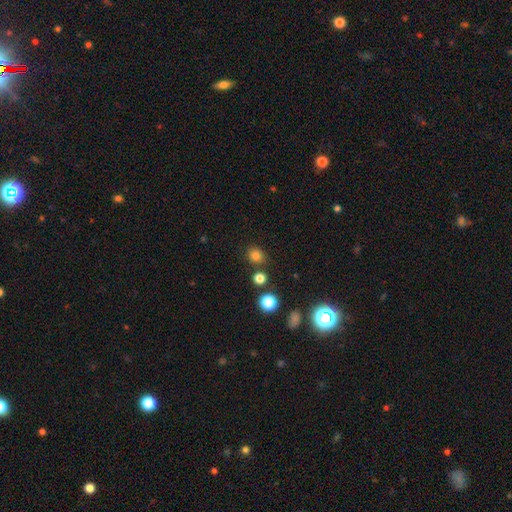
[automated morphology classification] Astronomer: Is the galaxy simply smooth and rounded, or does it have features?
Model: smooth — 80%.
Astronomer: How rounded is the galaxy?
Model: round — 80%.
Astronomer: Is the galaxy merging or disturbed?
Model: none — 82%.